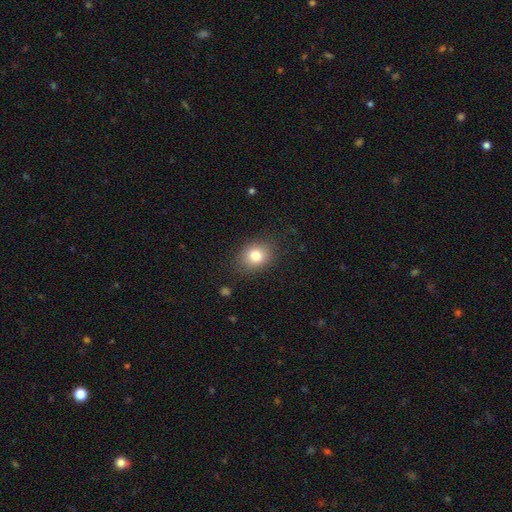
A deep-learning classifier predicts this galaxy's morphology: Q: Smooth or featured?
A: smooth (80%); runner-up: star or artifact (11%)
Q: How rounded?
A: round (51%); runner-up: in between (48%)
Q: Merging?
A: none (84%); runner-up: minor disturbance (11%)